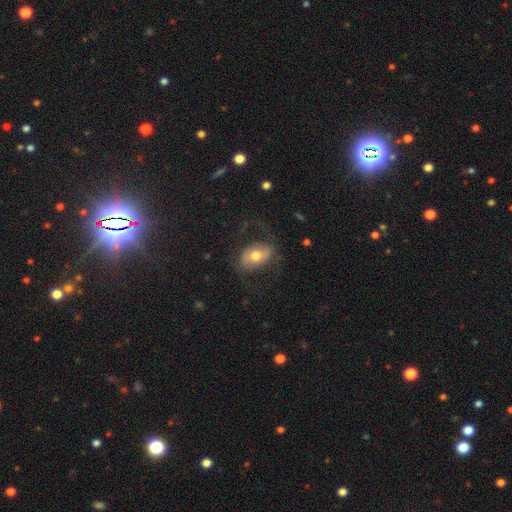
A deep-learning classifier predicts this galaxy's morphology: Smooth or featured?
  - featured or disk: 50% *
  - smooth: 42%
  - star or artifact: 8%
Edge-on disk?
  - no: 92% *
  - yes: 8%
Merging?
  - none: 60% *
  - major disturbance: 20%
  - minor disturbance: 18%
  - merger: 2%